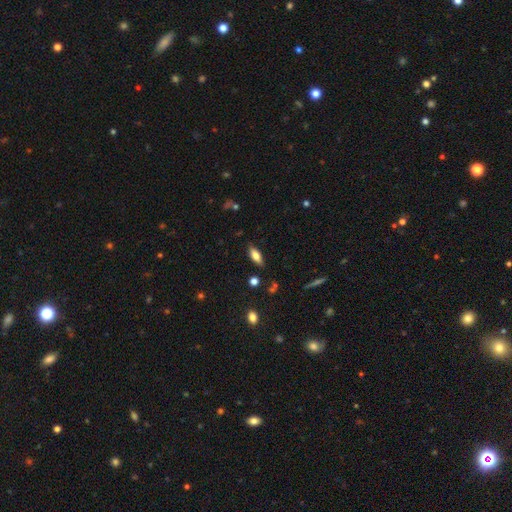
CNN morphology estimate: Smooth or featured? smooth (75%)
How rounded? in between (78%)
Merging? none (85%)